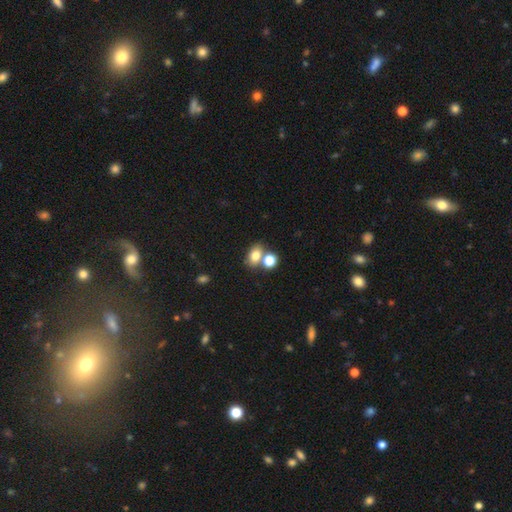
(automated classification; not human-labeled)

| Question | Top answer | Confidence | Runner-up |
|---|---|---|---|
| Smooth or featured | smooth | 78% | star or artifact (12%) |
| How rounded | in between | 67% | round (32%) |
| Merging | none | 51% | merger (34%) |